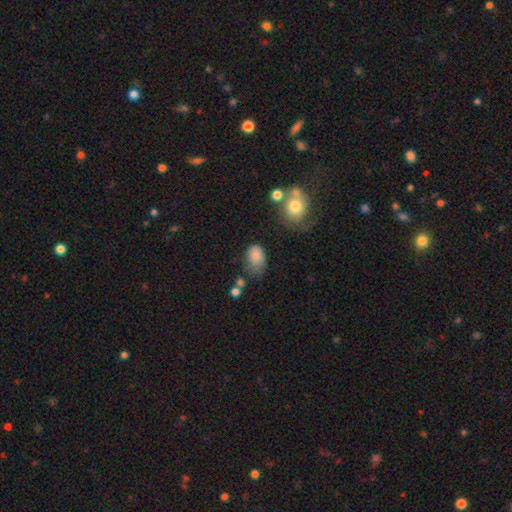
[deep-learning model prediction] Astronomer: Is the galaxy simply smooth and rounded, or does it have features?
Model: smooth — 81%.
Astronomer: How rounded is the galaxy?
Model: in between — 86%.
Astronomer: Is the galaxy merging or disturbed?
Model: none — 38% (runner-up: minor disturbance, 36%).